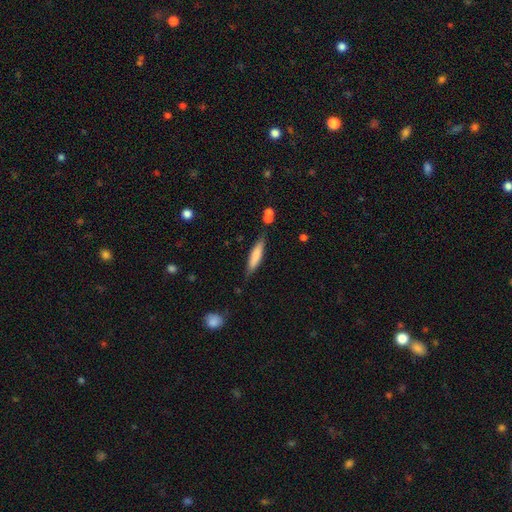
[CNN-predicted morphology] Smooth or featured? Predicted: smooth (p=0.75). How rounded? Predicted: cigar-shaped (p=0.79). Merging? Predicted: none (p=0.78).